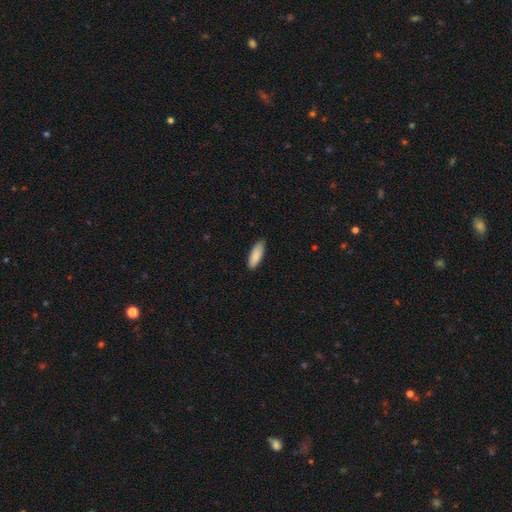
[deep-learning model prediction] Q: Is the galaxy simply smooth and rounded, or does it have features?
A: smooth — 87%.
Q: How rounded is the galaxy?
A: in between — 65%.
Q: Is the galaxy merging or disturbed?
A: none — 82%.